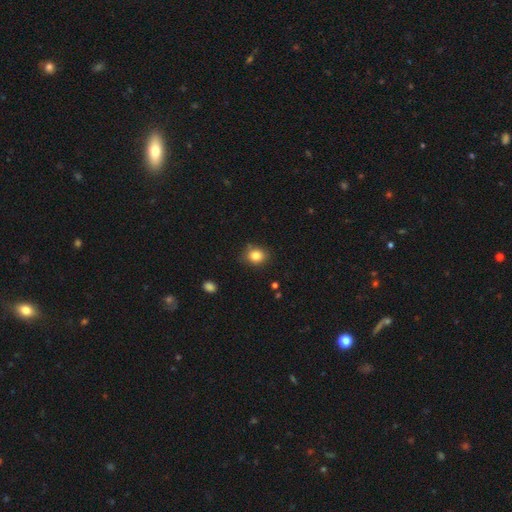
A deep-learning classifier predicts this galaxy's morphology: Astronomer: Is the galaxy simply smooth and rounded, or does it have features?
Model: smooth — 84%.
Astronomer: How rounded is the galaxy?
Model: round — 68%.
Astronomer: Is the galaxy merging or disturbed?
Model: none — 82%.